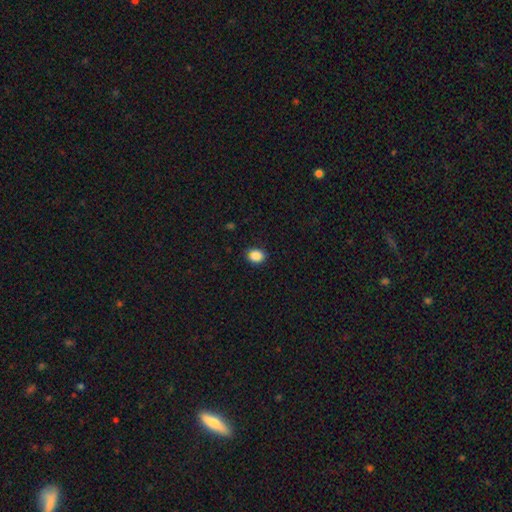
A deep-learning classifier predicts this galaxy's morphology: smooth 86%, star or artifact 10%, featured or disk 4%. Down the decision tree: how rounded — in between (52%); merging — none (78%).